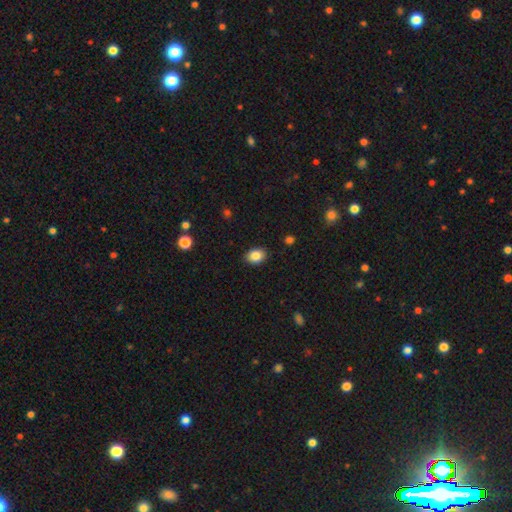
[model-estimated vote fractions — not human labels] This is clearly a smooth galaxy (85%). How rounded: likely in between (66%). Merging: clearly none (88%).